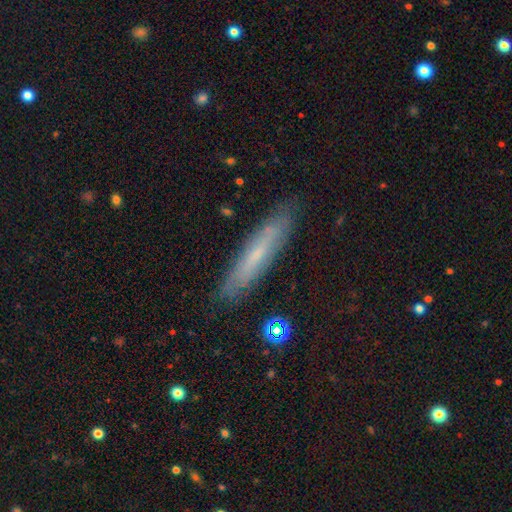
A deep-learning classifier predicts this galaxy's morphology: This appears to be a smooth galaxy with no disk features (49%). Merging: none (86%).